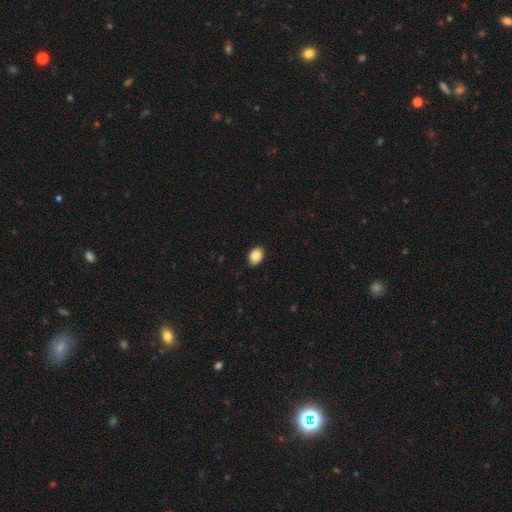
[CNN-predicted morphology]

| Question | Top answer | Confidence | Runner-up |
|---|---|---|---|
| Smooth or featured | smooth | 88% | star or artifact (7%) |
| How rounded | in between | 81% | round (18%) |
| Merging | none | 88% | minor disturbance (9%) |